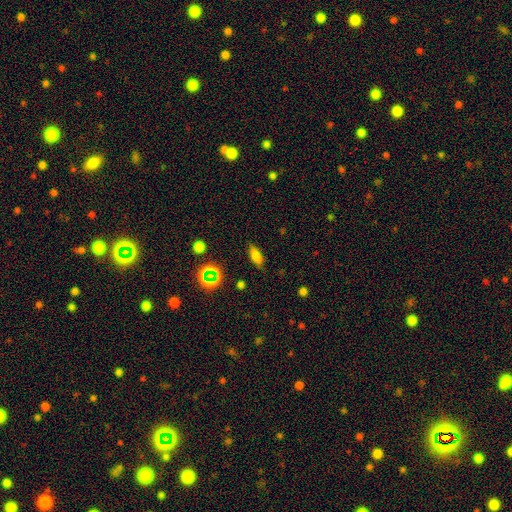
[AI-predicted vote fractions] This is likely a smooth galaxy (71%). How rounded: likely in between (72%). Merging: clearly none (82%).